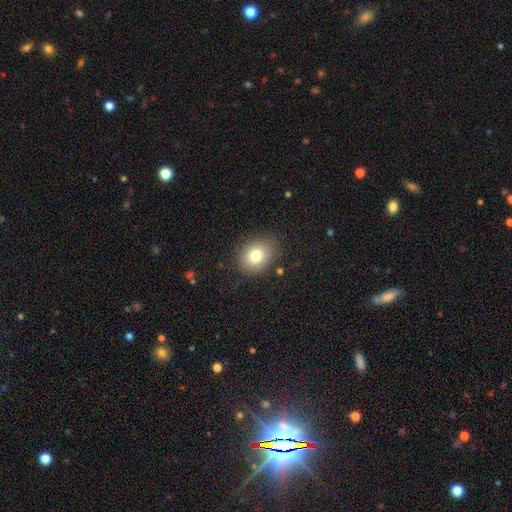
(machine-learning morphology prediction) This is likely a smooth galaxy (78%). How rounded: possibly in between (55%). Merging: clearly none (83%).